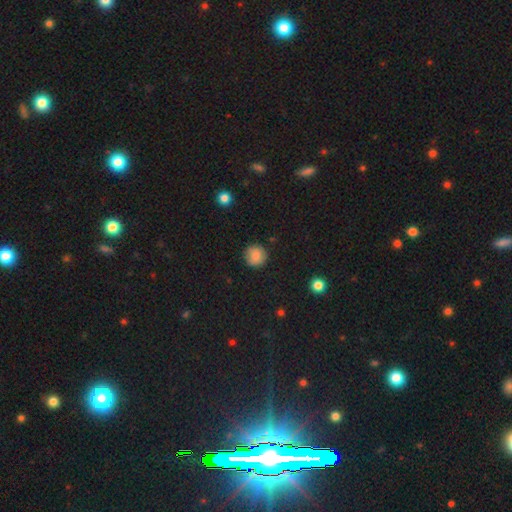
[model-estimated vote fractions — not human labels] Morphology: type=smooth (85%); roundness=round (94%); merging=none (86%).